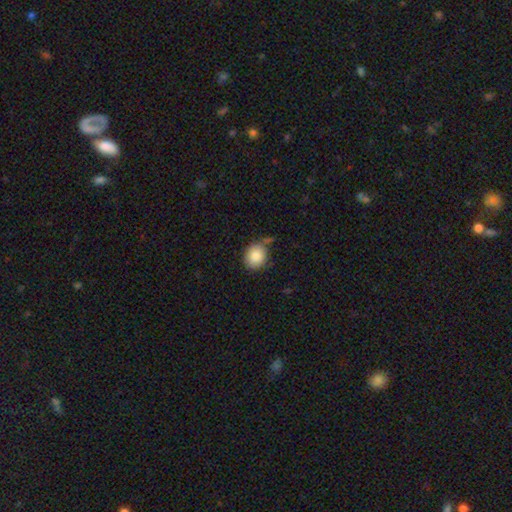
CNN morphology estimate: Overall: smooth (86%). How rounded: round (67%; in between 32%). Merging: none (71%).